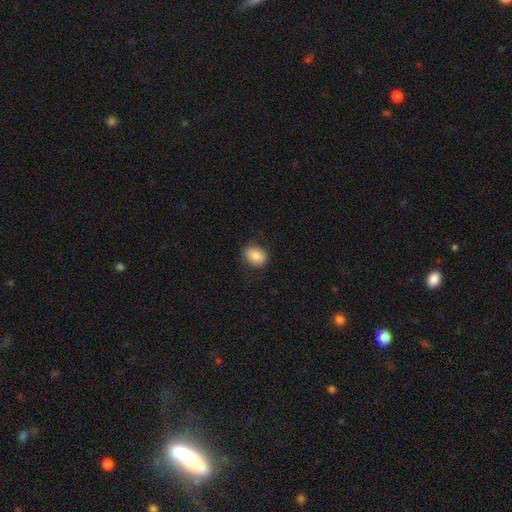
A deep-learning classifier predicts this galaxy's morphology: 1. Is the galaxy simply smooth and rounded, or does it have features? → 84% smooth, 8% featured or disk, 8% star or artifact.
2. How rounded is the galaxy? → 58% in between, 41% round, 1% cigar-shaped.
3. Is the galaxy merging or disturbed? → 84% none, 12% minor disturbance, 3% major disturbance, 1% merger.